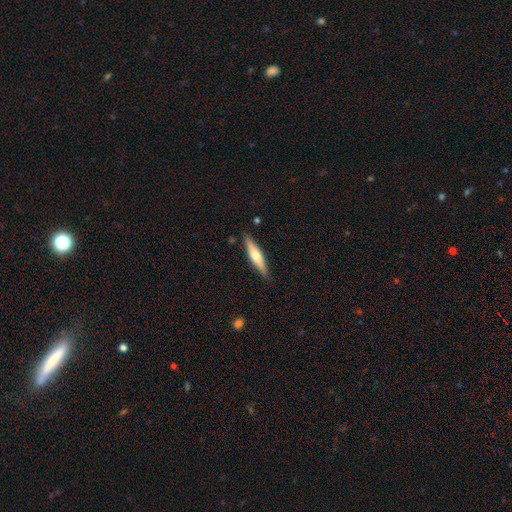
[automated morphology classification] smooth-or-featured: smooth: 51% | featured or disk: 44% | star or artifact: 6%
  how-rounded: cigar-shaped: 81% | in between: 18% | round: 2%
  merging: none: 86% | minor disturbance: 10% | major disturbance: 2% | merger: 1%